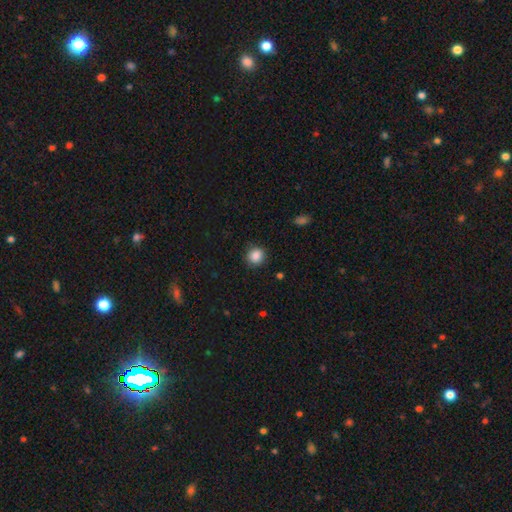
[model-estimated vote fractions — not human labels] smooth 87%, star or artifact 10%, featured or disk 3%. Down the decision tree: how rounded — round (90%); merging — none (87%).